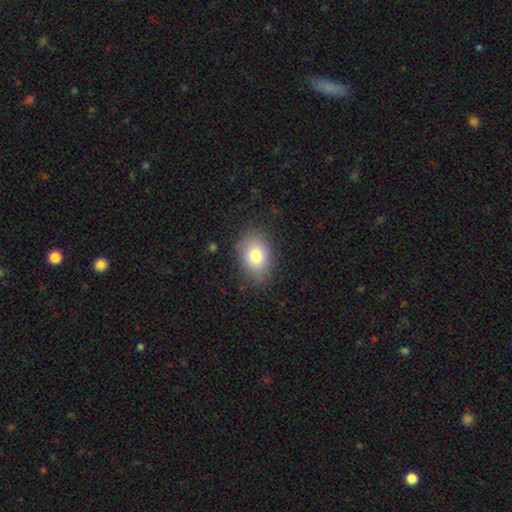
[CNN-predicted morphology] Smooth or featured: smooth — 79% (featured or disk — 12%)
How rounded: in between — 73% (round — 26%)
Merging: none — 80% (minor disturbance — 14%)